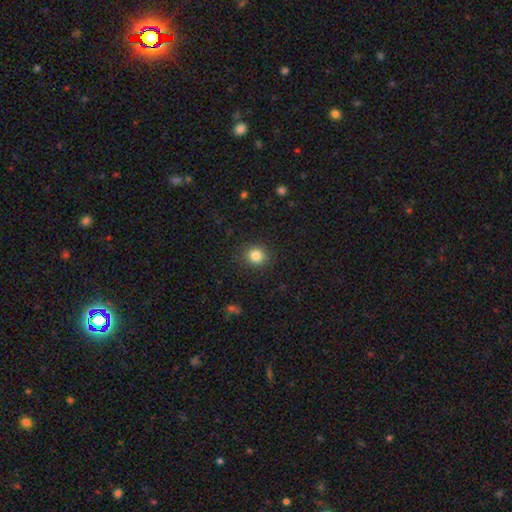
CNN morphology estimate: Overall: smooth (84%). How rounded: round (89%). Merging: none (90%).